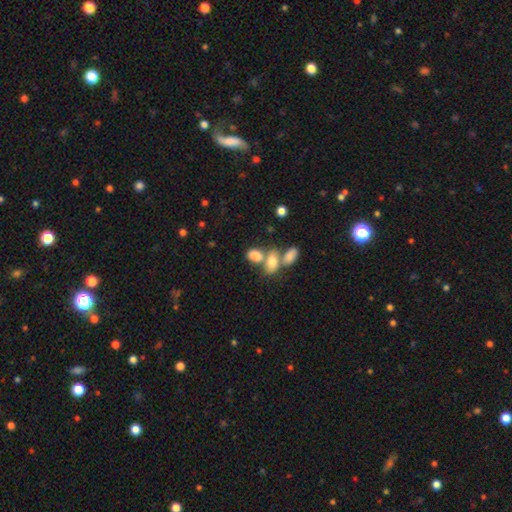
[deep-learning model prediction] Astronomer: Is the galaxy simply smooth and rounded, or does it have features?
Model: smooth — 77%.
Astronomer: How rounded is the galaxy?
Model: in between — 83%.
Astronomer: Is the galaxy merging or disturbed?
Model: merger — 54% (runner-up: none, 30%).